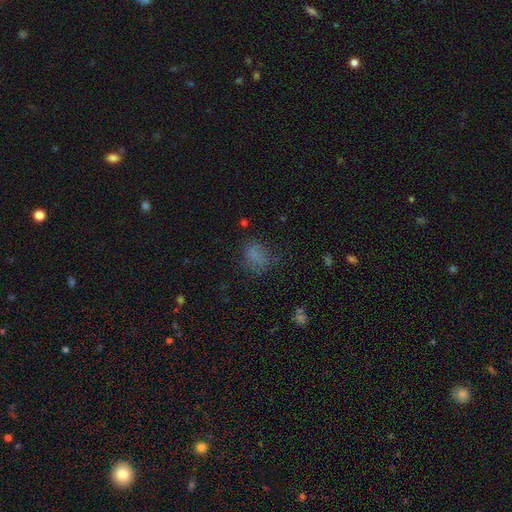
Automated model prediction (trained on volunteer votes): A smooth galaxy with no disk features (71%) that is in between round and cigar-shaped (65%). Merging: none (62%).